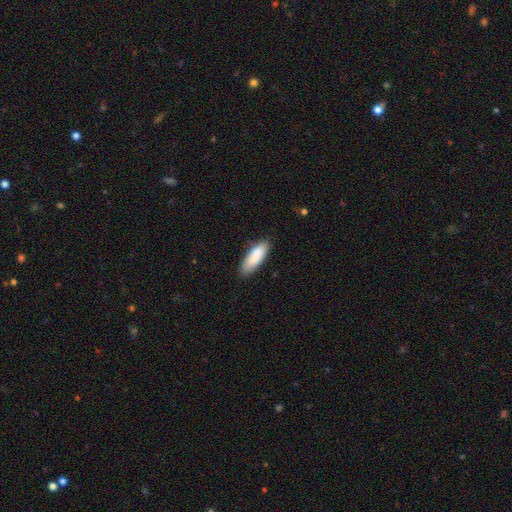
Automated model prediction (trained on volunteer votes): Morphology: type=smooth (87%); roundness=in between (63%); merging=none (81%).